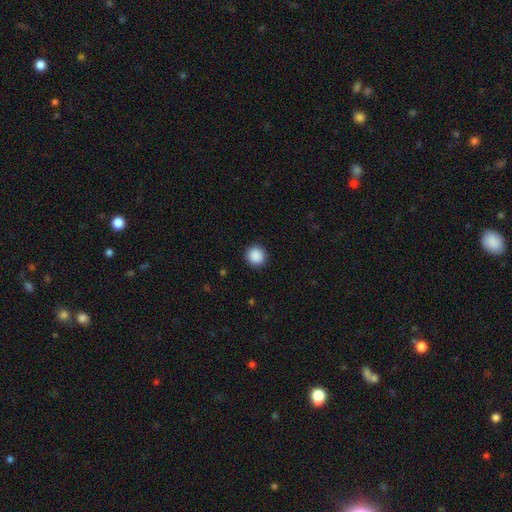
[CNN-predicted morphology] type=smooth (89%); roundness=round (93%); merging=none (92%).